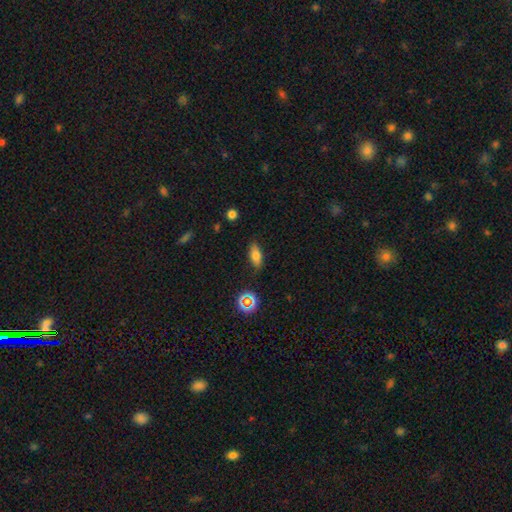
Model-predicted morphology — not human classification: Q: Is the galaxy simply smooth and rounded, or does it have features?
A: smooth — 75%.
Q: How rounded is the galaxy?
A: in between — 79%.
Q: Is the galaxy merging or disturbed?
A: none — 83%.